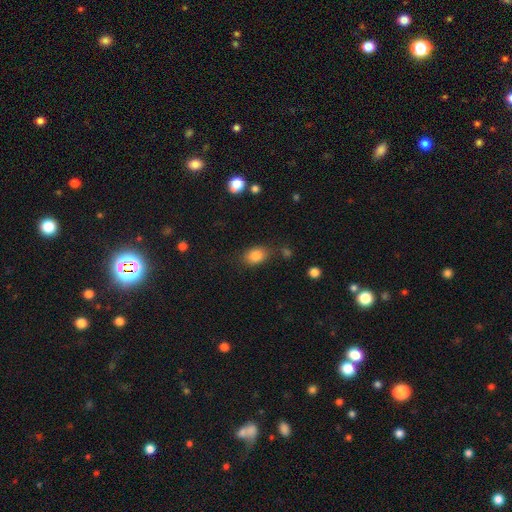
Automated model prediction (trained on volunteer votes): Q: Smooth or featured?
A: smooth (83%); runner-up: star or artifact (10%)
Q: How rounded?
A: in between (74%); runner-up: round (25%)
Q: Merging?
A: none (76%); runner-up: minor disturbance (16%)